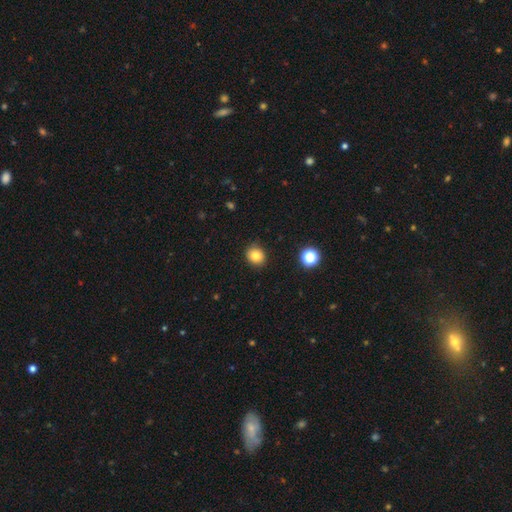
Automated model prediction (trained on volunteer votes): smooth 81%, star or artifact 12%, featured or disk 7%. Down the decision tree: how rounded — round (80%); merging — none (88%).